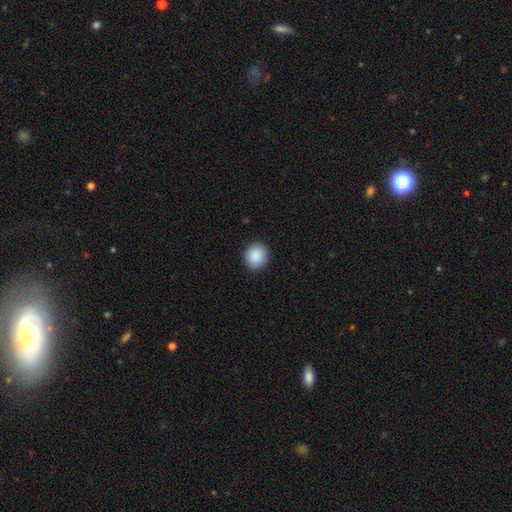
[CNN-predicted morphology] Smooth or featured? Predicted: smooth (p=0.89). How rounded? Predicted: round (p=0.81). Merging? Predicted: none (p=0.90).